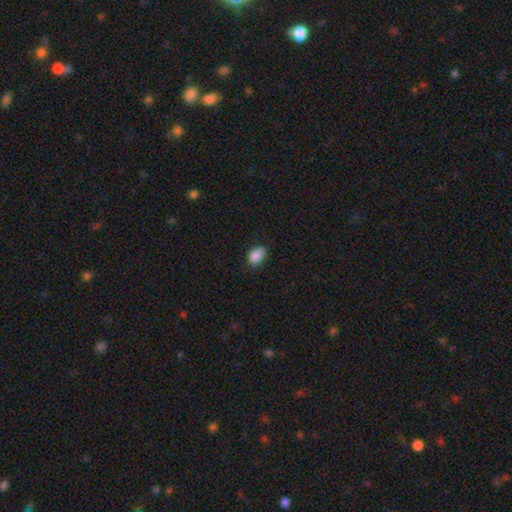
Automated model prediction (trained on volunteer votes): smooth 88%, star or artifact 8%, featured or disk 4%. Down the decision tree: how rounded — in between (82%); merging — none (73%).